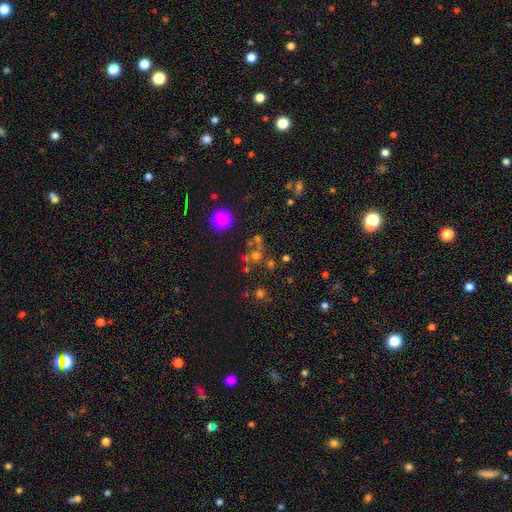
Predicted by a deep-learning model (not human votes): smooth_or_featured: smooth (p=0.51) [alt: star or artifact p=0.32]
how_rounded: round (p=0.86) [alt: in between p=0.12]
merging: none (p=0.55) [alt: merger p=0.30]